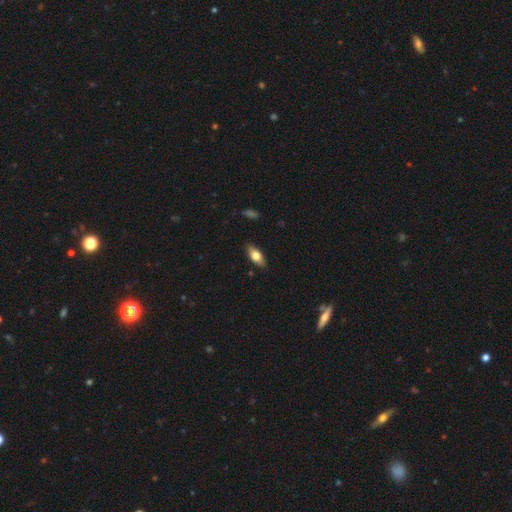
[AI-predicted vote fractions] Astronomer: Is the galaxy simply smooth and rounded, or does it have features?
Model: smooth — 71%.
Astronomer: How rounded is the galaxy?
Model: in between — 84%.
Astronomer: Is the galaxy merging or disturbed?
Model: none — 87%.